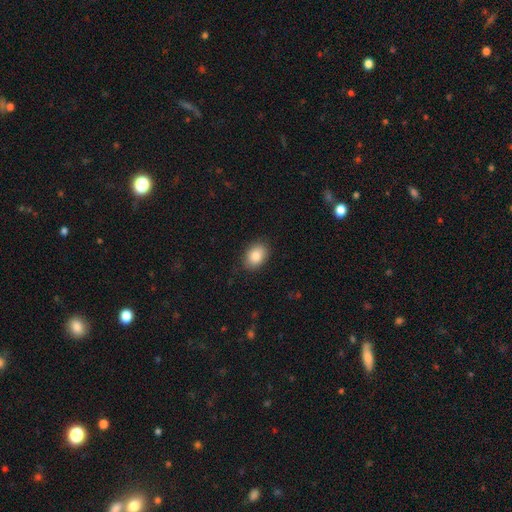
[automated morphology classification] Smooth or featured? smooth (86%)
How rounded? in between (77%)
Merging? none (86%)